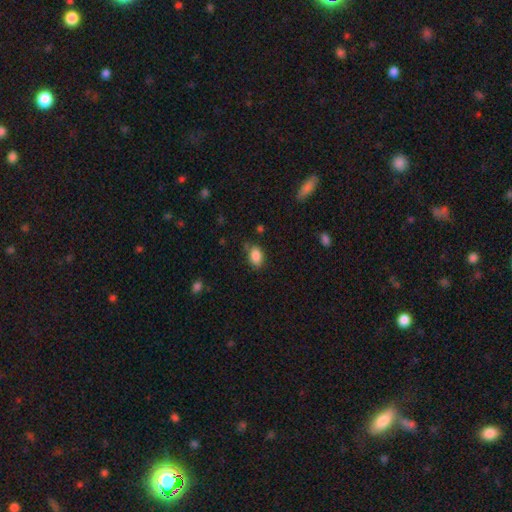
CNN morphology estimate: type=smooth (87%); roundness=in between (87%); merging=none (73%).